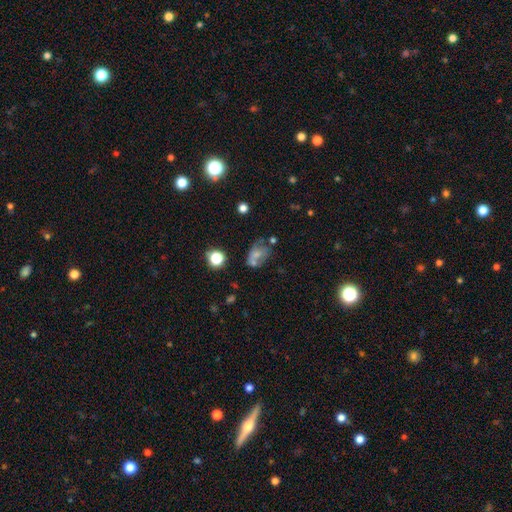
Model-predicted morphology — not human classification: A smooth galaxy with no disk features (60%) that is in between round and cigar-shaped (74%). Merging: none (34%).